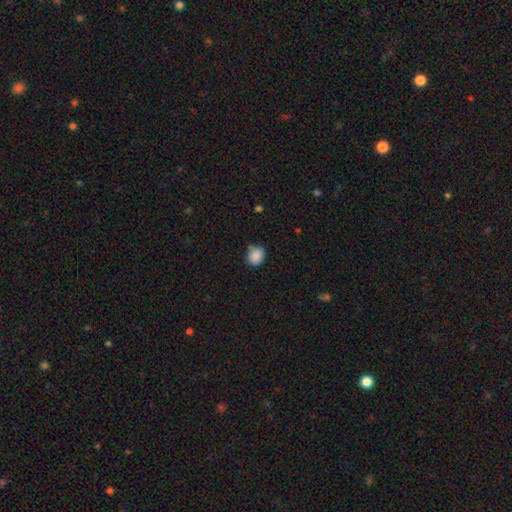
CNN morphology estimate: A smooth galaxy with no disk features (88%) that is round (58%).

Vote fractions:
- Smooth or featured? smooth: 88% / star or artifact: 8% / featured or disk: 4%
- How rounded? round: 58% / in between: 41% / cigar-shaped: 1%
- Merging? none: 75% / minor disturbance: 19% / major disturbance: 3% / merger: 3%